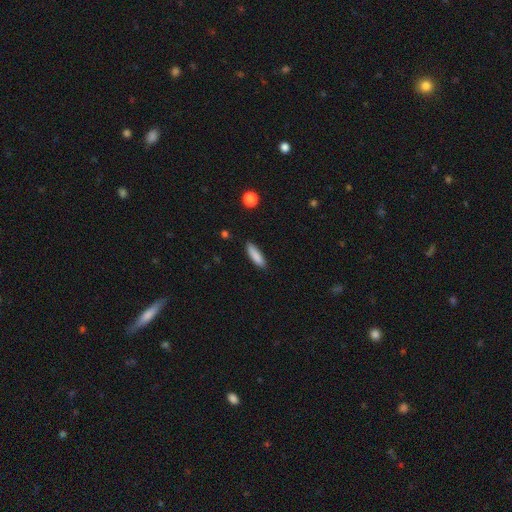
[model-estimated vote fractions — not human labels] Smooth or featured? Predicted: smooth (p=0.87). How rounded? Predicted: cigar-shaped (p=0.66). Merging? Predicted: none (p=0.88).